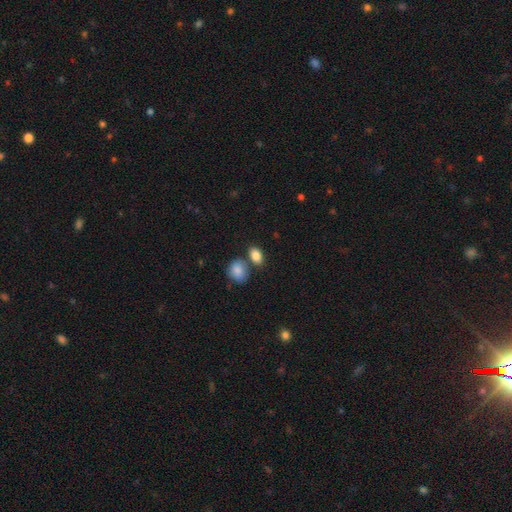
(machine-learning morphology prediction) The model was most divided on "merging": none: 62%, merger: 22%, minor disturbance: 13%, major disturbance: 4%. More confident: smooth or featured — smooth (86%); how rounded — in between (83%).